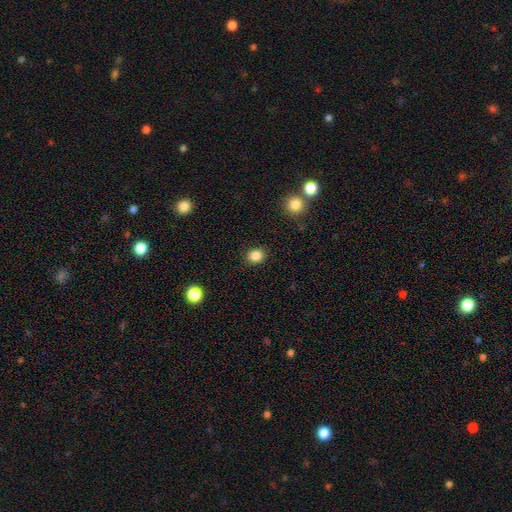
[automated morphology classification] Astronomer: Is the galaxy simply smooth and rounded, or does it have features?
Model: smooth — 84%.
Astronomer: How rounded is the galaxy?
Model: round — 68%.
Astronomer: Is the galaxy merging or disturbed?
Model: none — 89%.